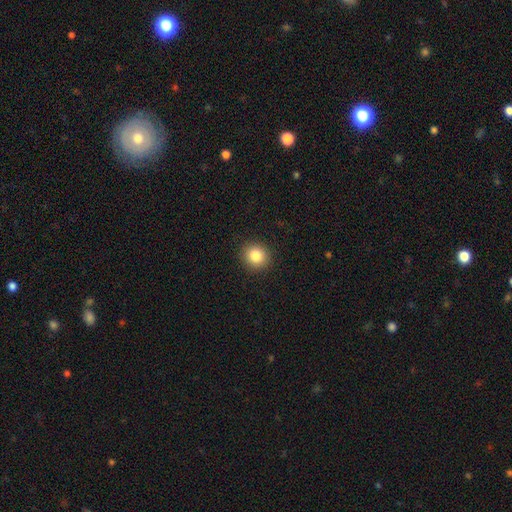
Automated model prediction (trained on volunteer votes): This is clearly a smooth galaxy (84%). How rounded: clearly round (88%). Merging: clearly none (91%).